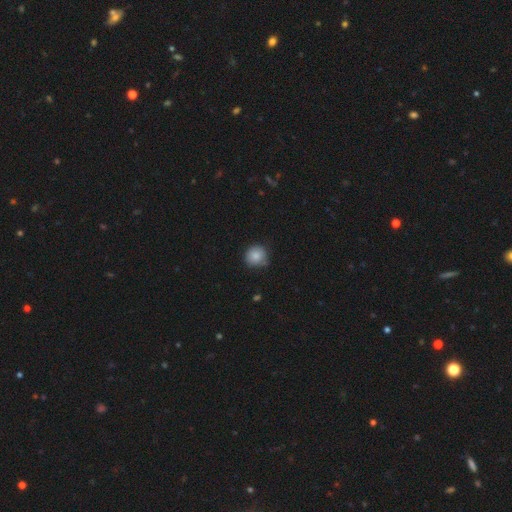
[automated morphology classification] The model was most divided on "merging": none: 76%, minor disturbance: 18%, major disturbance: 3%, merger: 3%. More confident: how rounded — round (90%); smooth or featured — smooth (84%).